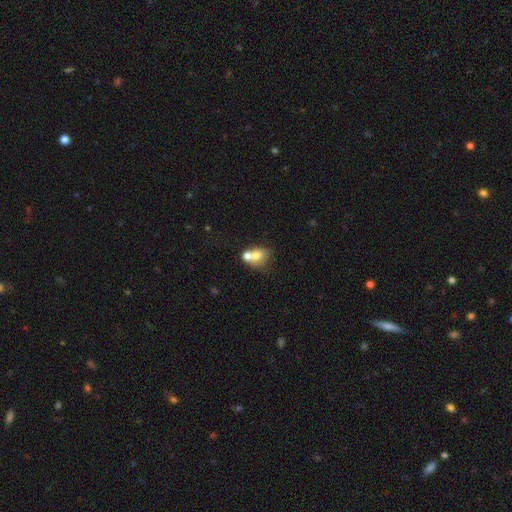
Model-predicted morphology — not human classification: smooth_or_featured: smooth (p=0.68) [alt: featured or disk p=0.21]
how_rounded: in between (p=0.53) [alt: round p=0.45]
merging: merger (p=0.55) [alt: none p=0.29]